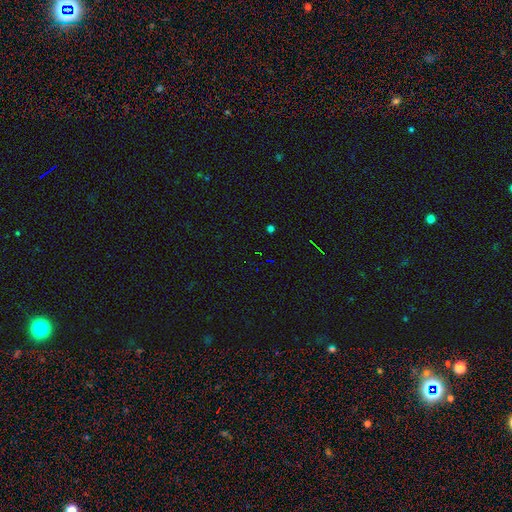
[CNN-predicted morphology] Overall: star or artifact (71%).